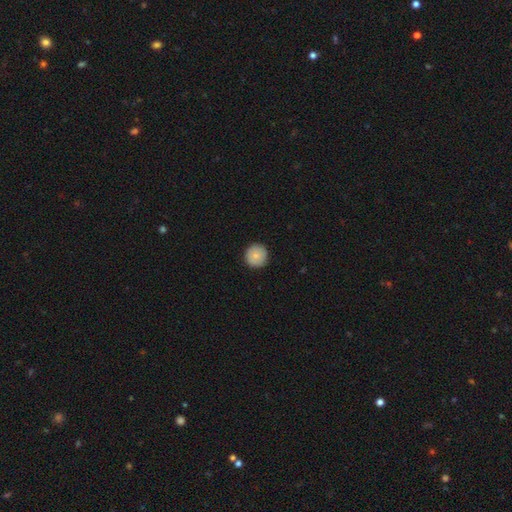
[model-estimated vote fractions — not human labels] Smooth or featured?
  - smooth: 79% *
  - featured or disk: 14%
  - star or artifact: 7%
How rounded?
  - round: 95% *
  - in between: 4%
  - cigar-shaped: 1%
Merging?
  - none: 91% *
  - minor disturbance: 7%
  - major disturbance: 2%
  - merger: 1%